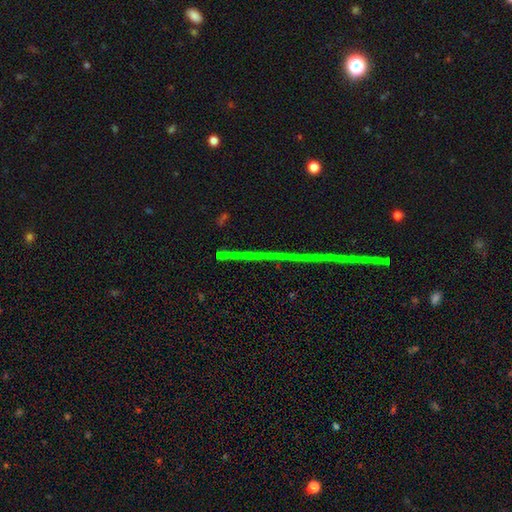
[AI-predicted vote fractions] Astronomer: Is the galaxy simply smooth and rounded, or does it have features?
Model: star or artifact — 77%.